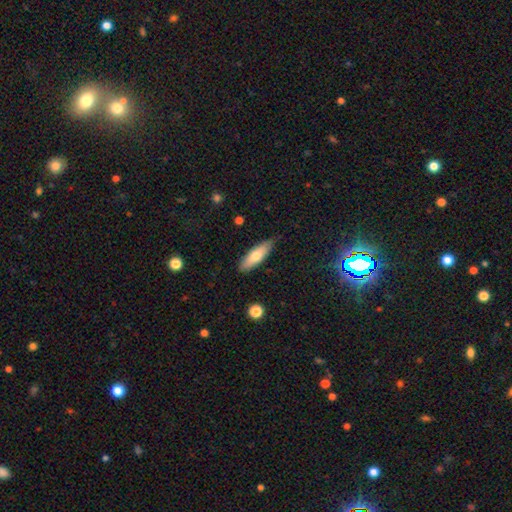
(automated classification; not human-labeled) smooth-or-featured: smooth: 67% | featured or disk: 27% | star or artifact: 6%
  how-rounded: in between: 52% | cigar-shaped: 46% | round: 2%
  merging: none: 83% | minor disturbance: 13% | major disturbance: 2% | merger: 1%